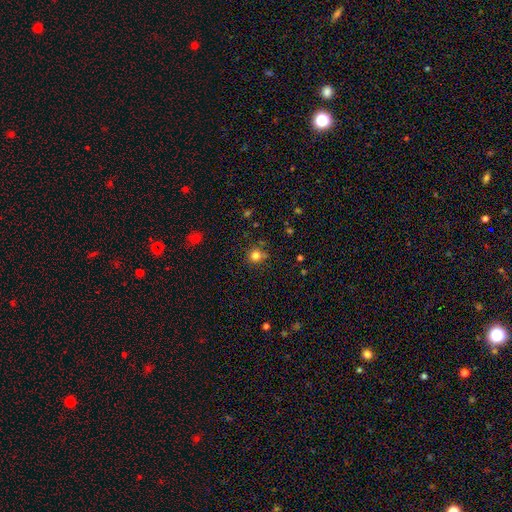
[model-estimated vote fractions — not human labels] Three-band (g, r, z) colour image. It shows a smooth galaxy with no disk features (80%) that is round (87%). Merging: none (78%).